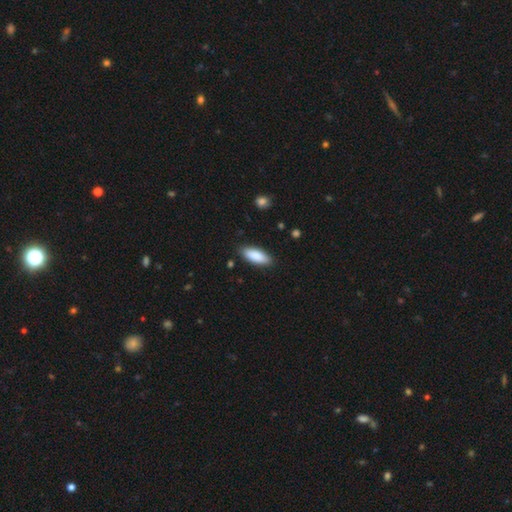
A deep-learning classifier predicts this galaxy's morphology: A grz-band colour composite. It shows a smooth galaxy with no disk features (89%) that is in between round and cigar-shaped (77%). Merging: none (86%).